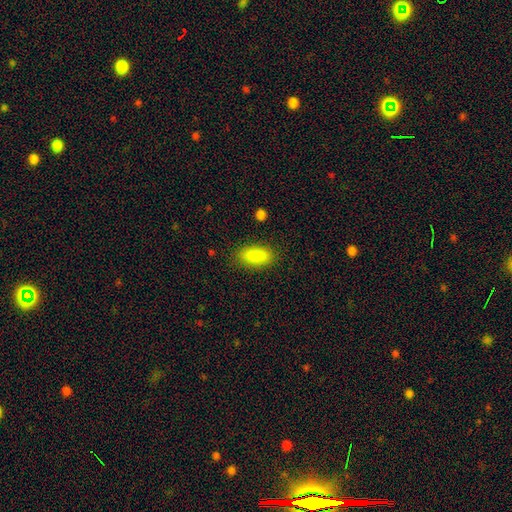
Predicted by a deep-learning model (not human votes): Smooth or featured?
  - smooth: 88% *
  - star or artifact: 8%
  - featured or disk: 4%
How rounded?
  - in between: 84% *
  - cigar-shaped: 13%
  - round: 3%
Merging?
  - none: 85% *
  - minor disturbance: 11%
  - major disturbance: 3%
  - merger: 1%